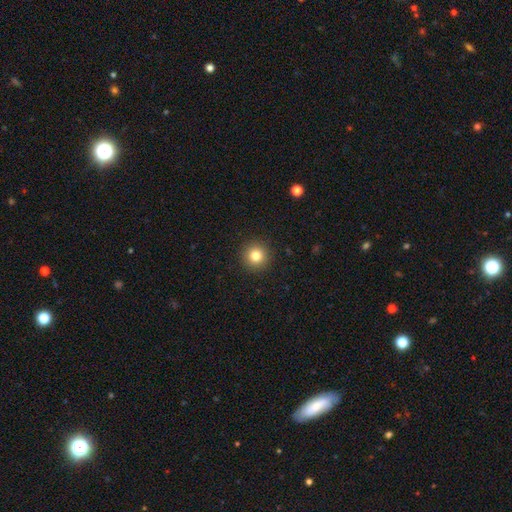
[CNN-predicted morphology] type=smooth (81%); roundness=round (96%); merging=none (92%).